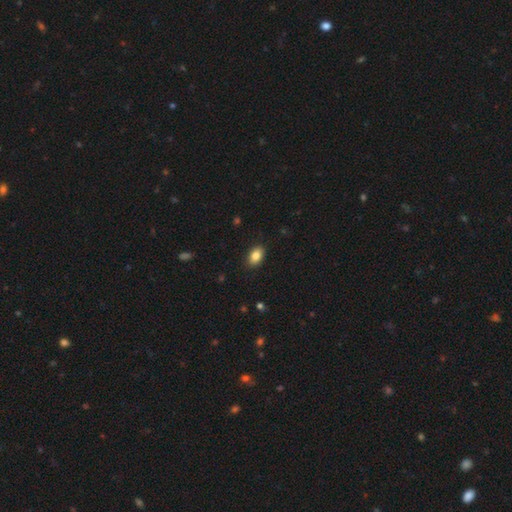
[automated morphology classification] Smooth or featured: smooth — 86% (star or artifact — 8%)
How rounded: in between — 86% (round — 13%)
Merging: none — 88% (minor disturbance — 9%)